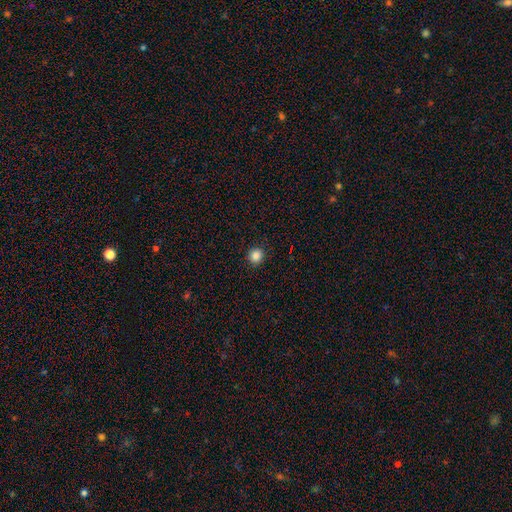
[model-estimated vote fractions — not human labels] Overall: smooth (85%). How rounded: round (93%). Merging: none (92%).